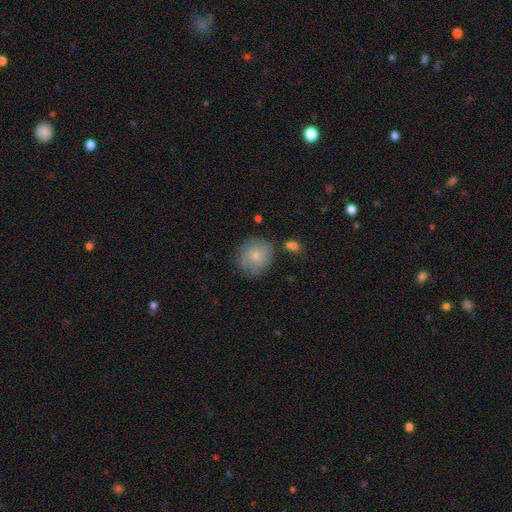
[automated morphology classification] smooth-or-featured: smooth: 75% | featured or disk: 17% | star or artifact: 8%
  how-rounded: round: 84% | in between: 15% | cigar-shaped: 1%
  merging: none: 70% | minor disturbance: 19% | major disturbance: 6% | merger: 5%